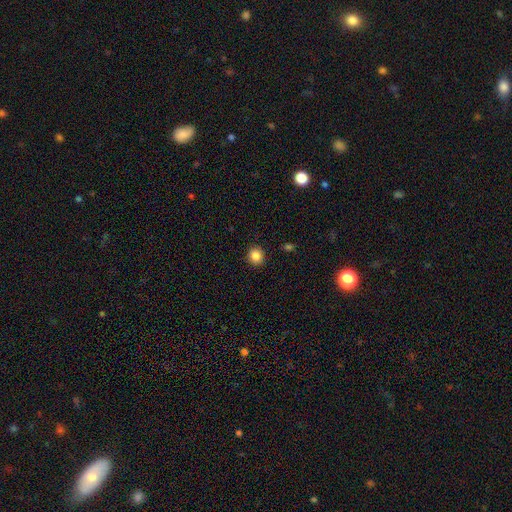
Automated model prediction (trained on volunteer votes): Smooth or featured? smooth (85%)
How rounded? round (87%)
Merging? none (91%)